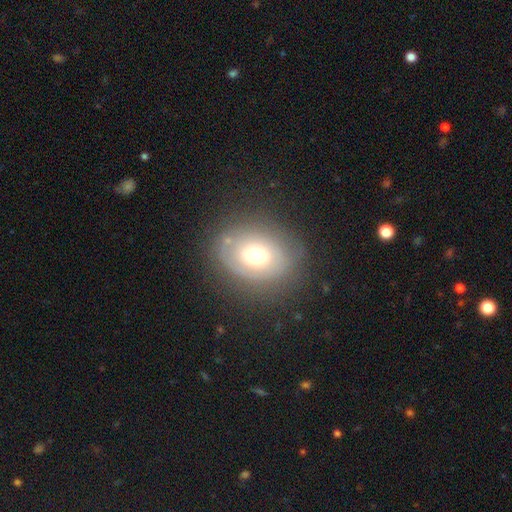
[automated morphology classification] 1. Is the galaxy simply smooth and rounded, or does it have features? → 49% smooth, 41% featured or disk, 10% star or artifact.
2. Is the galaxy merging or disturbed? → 78% none, 14% minor disturbance, 6% major disturbance, 2% merger.